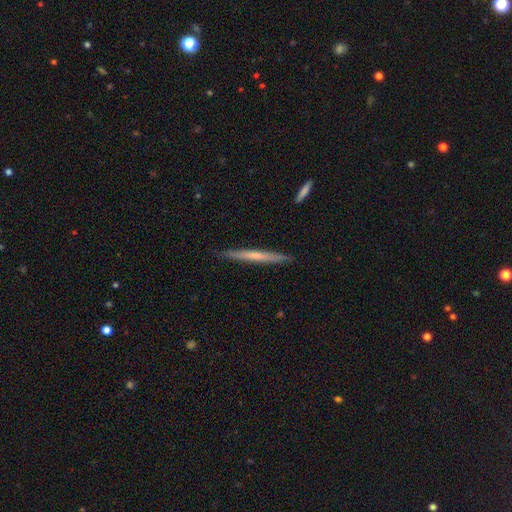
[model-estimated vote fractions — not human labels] featured or disk 50%, smooth 45%, star or artifact 5%. Down the decision tree: merging — none (90%).